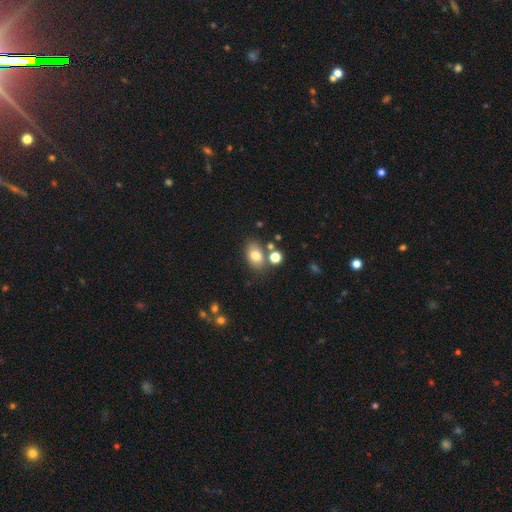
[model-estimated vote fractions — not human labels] Smooth or featured?
  - smooth: 78% *
  - featured or disk: 11%
  - star or artifact: 11%
How rounded?
  - in between: 80% *
  - round: 18%
  - cigar-shaped: 1%
Merging?
  - none: 68% *
  - minor disturbance: 14%
  - merger: 14%
  - major disturbance: 5%